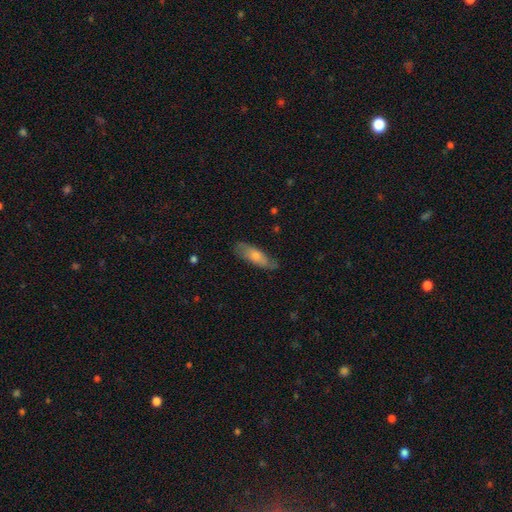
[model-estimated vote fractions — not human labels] smooth 55%, featured or disk 38%, star or artifact 7%. Down the decision tree: how rounded — in between (49%, tied with cigar-shaped); merging — none (78%).